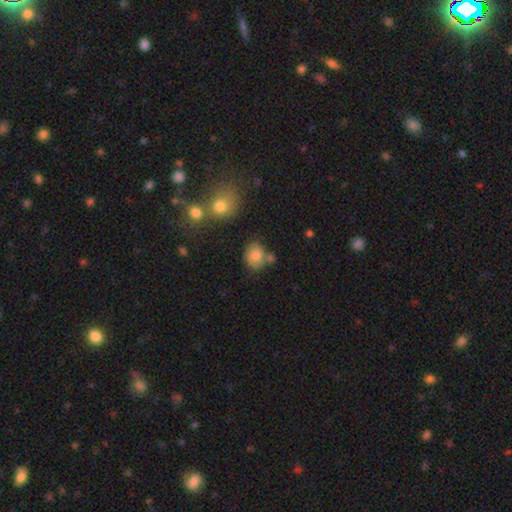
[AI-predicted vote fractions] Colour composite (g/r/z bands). It shows a smooth galaxy with no disk features (82%) that is round (59%). Merging: none (66%).